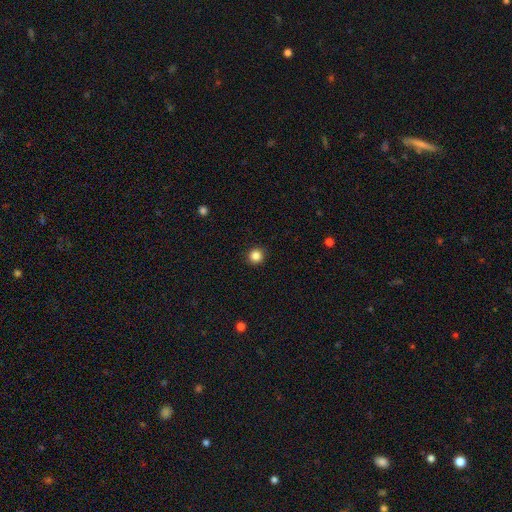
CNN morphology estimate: This appears to be a smooth galaxy with no disk features (85%) that is round (95%). Merging: none (93%).